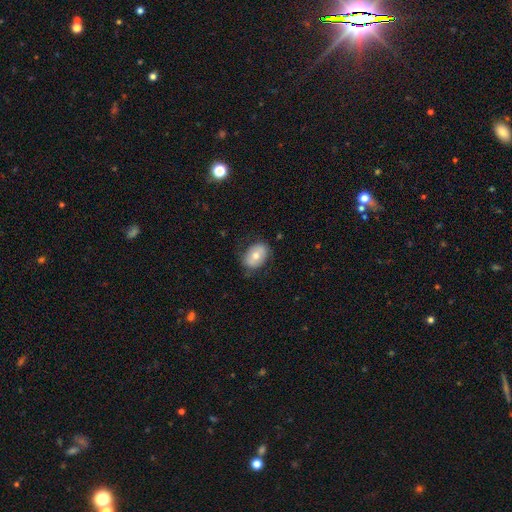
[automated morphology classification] The model was most divided on "smooth or featured": smooth: 66%, featured or disk: 27%, star or artifact: 7%. More confident: how rounded — in between (82%); merging — none (76%).